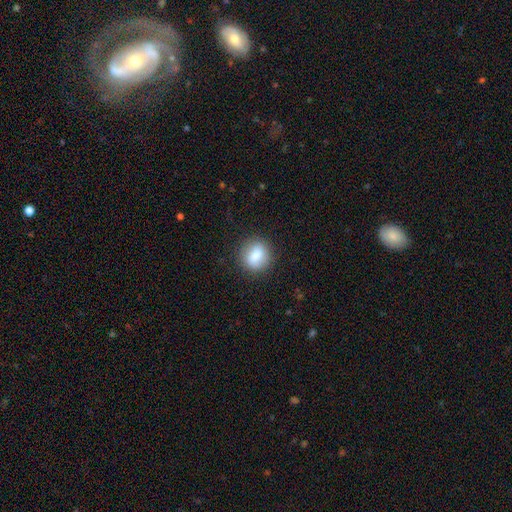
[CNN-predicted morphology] smooth 77%, featured or disk 15%, star or artifact 8%. Down the decision tree: how rounded — round (80%); merging — none (85%).